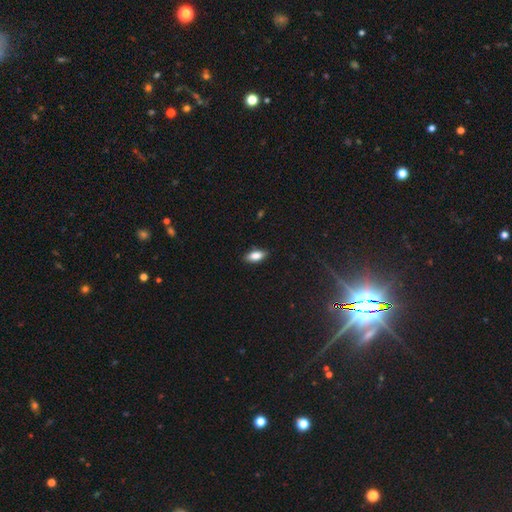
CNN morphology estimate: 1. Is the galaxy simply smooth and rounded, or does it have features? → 81% smooth, 11% featured or disk, 8% star or artifact.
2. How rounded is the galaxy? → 84% in between, 13% cigar-shaped, 3% round.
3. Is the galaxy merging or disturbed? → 87% none, 10% minor disturbance, 2% major disturbance, 1% merger.